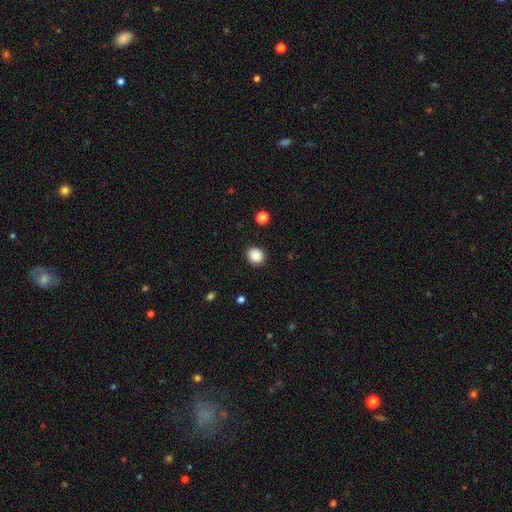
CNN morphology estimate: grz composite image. It shows a smooth galaxy with no disk features (86%) that is round (75%). Merging: none (91%).